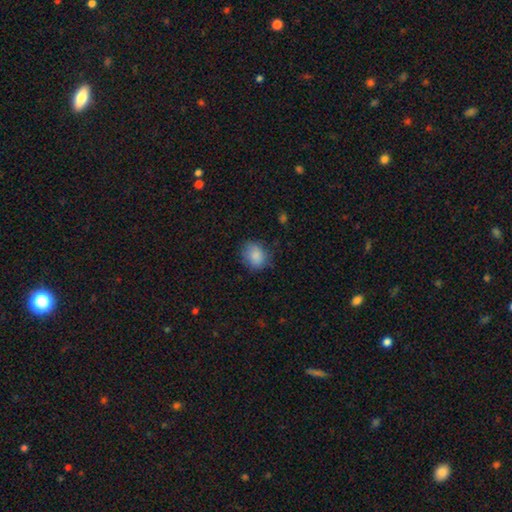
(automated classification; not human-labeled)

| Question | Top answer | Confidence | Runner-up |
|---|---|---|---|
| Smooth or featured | smooth | 85% | star or artifact (8%) |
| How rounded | round | 50% | in between (49%) |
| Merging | none | 71% | minor disturbance (22%) |